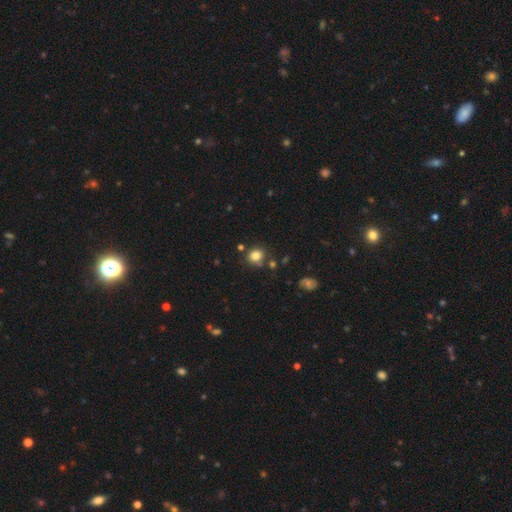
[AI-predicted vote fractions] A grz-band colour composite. It shows a smooth galaxy with no disk features (81%) that is round (75%). Merging: none (75%).